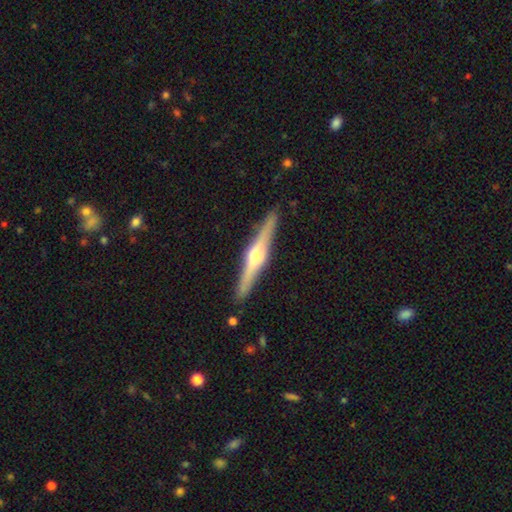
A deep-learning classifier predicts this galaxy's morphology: type=featured or disk (76%); edge-on=yes (98%); edge-on bulge=rounded (93%); merging=none (91%).